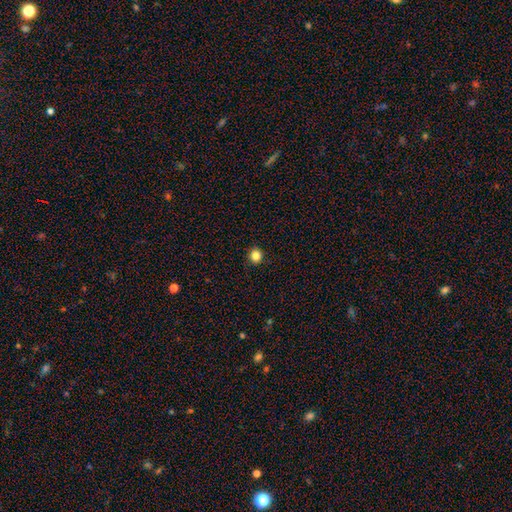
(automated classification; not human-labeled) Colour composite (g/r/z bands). It shows a smooth galaxy with no disk features (84%) that is round (89%). Merging: none (92%).